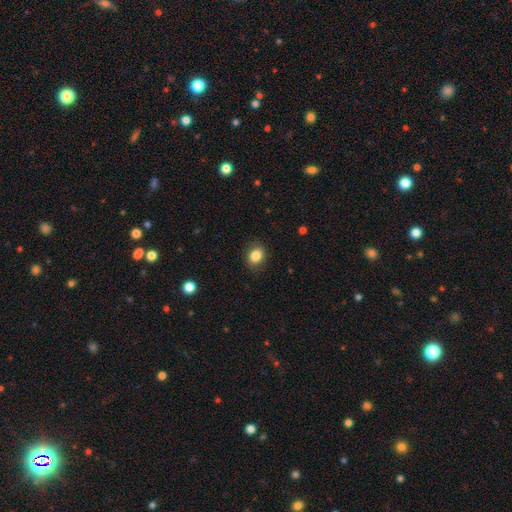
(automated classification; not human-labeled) Overall: smooth (85%). How rounded: in between (51%; round 48%). Merging: none (86%).